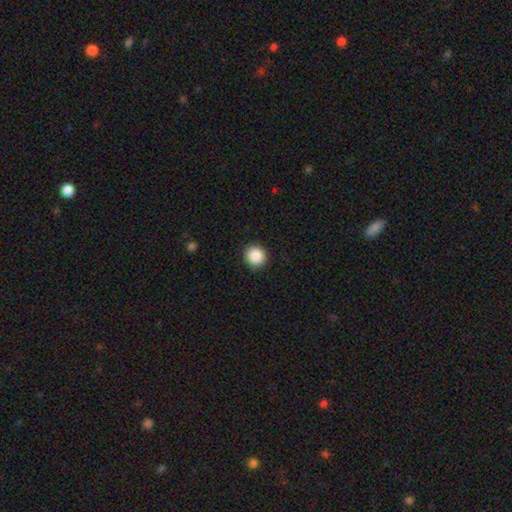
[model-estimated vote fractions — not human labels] Q: Smooth or featured?
A: smooth (89%); runner-up: star or artifact (8%)
Q: How rounded?
A: round (89%); runner-up: in between (10%)
Q: Merging?
A: none (91%); runner-up: minor disturbance (6%)